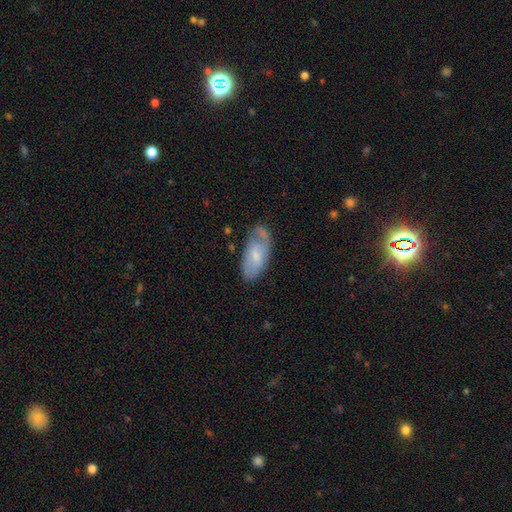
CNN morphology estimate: type=featured or disk (48%); merging=none (61%).